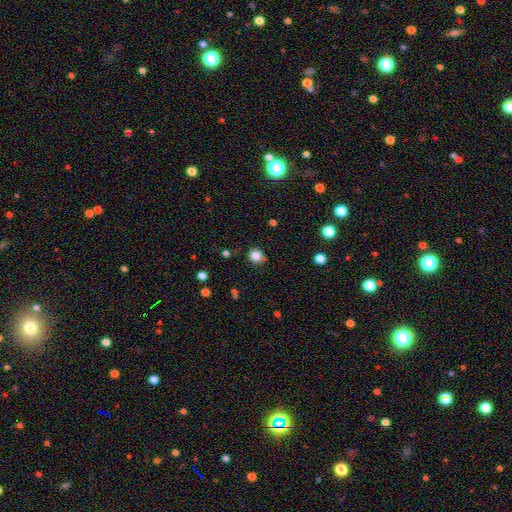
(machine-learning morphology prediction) smooth-or-featured: smooth: 83% | star or artifact: 12% | featured or disk: 5%
  how-rounded: round: 87% | in between: 12% | cigar-shaped: 1%
  merging: none: 83% | minor disturbance: 11% | merger: 3% | major disturbance: 3%